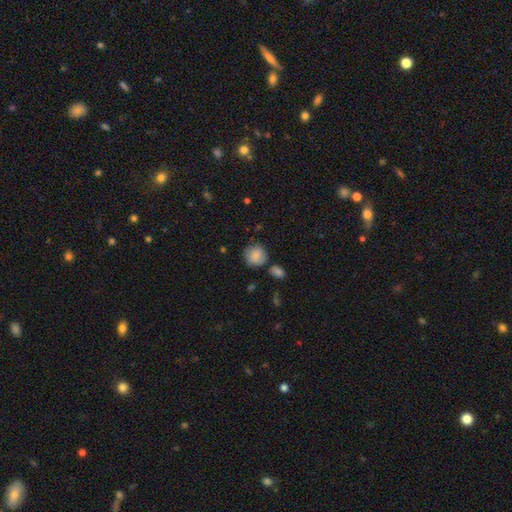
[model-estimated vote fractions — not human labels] Morphology: type=smooth (83%); roundness=round (85%); merging=none (69%).